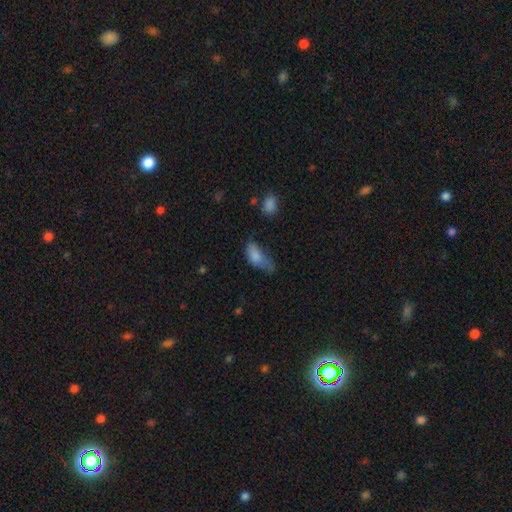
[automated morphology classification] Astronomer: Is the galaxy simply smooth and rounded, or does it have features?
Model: smooth — 77%.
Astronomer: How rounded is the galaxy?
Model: in between — 86%.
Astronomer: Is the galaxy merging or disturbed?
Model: minor disturbance — 37% (runner-up: major disturbance, 33%).